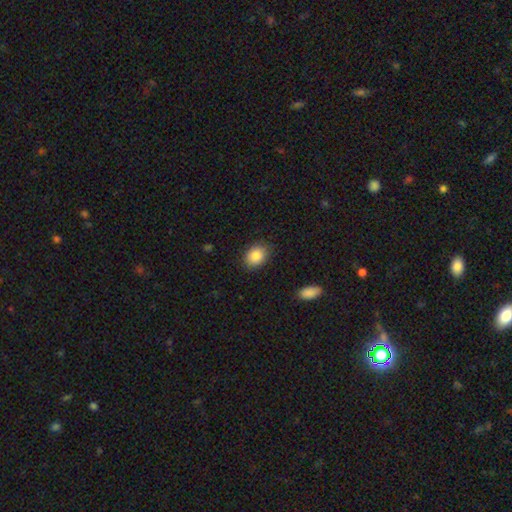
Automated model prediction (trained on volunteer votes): Smooth or featured? Predicted: smooth (p=0.86). How rounded? Predicted: in between (p=0.67). Merging? Predicted: none (p=0.85).